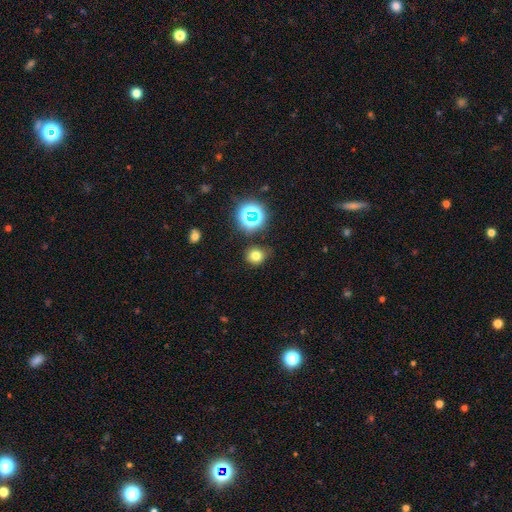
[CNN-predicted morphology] smooth 73%, star or artifact 20%, featured or disk 7%. Down the decision tree: how rounded — round (80%); merging — none (81%).